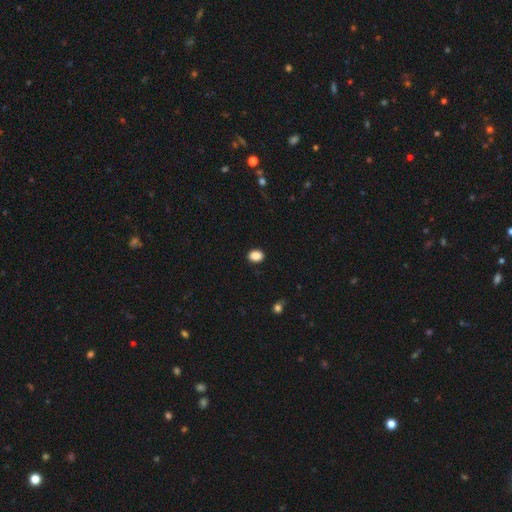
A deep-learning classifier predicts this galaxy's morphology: Overall: smooth (88%). How rounded: in between (64%; round 35%). Merging: none (90%).